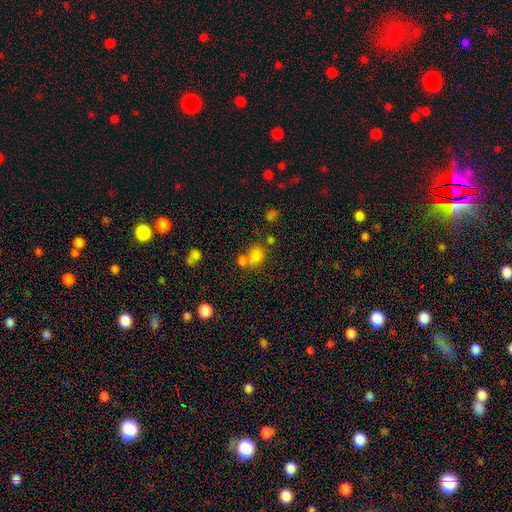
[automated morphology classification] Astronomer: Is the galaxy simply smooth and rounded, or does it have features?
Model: smooth — 78%.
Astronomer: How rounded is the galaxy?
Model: round — 73%.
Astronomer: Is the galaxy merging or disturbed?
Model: none — 53% (runner-up: merger, 33%).